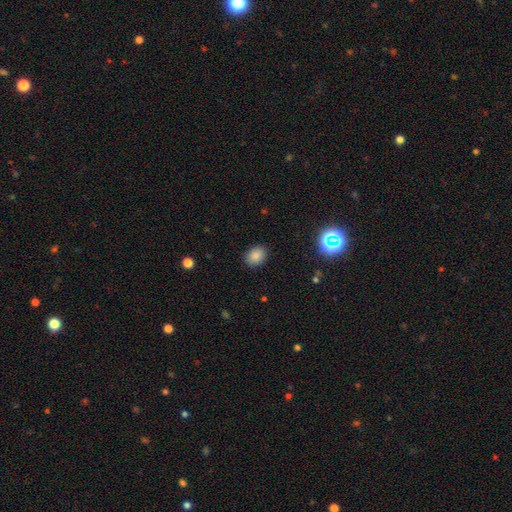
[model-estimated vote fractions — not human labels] smooth_or_featured: smooth (p=0.85) [alt: star or artifact p=0.11]
how_rounded: in between (p=0.63) [alt: round p=0.36]
merging: none (p=0.88) [alt: minor disturbance p=0.09]